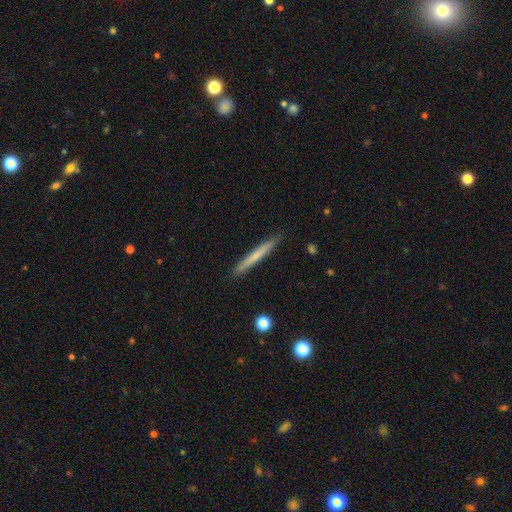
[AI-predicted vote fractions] smooth-or-featured: smooth: 64% | featured or disk: 30% | star or artifact: 6%
  how-rounded: cigar-shaped: 97% | in between: 2% | round: 1%
  merging: none: 90% | minor disturbance: 7% | major disturbance: 1% | merger: 1%